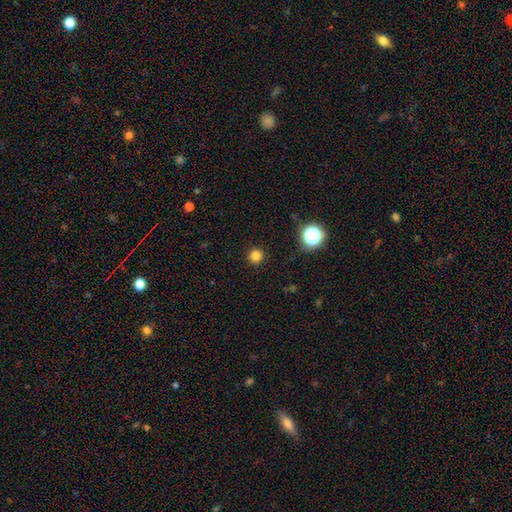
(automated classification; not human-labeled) A smooth galaxy with no disk features (81%) that is round (95%). Merging: none (92%).